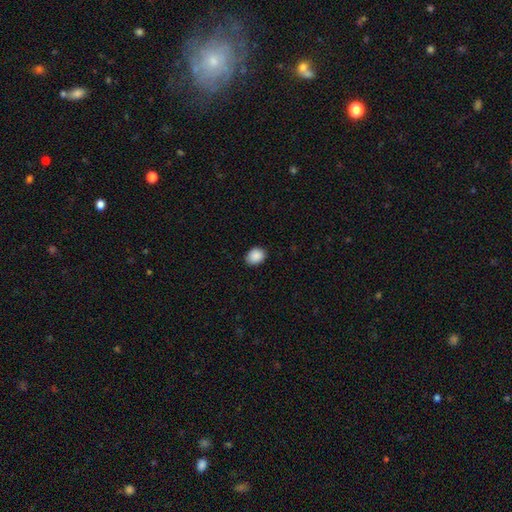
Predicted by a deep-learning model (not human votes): This is clearly a smooth galaxy (89%). How rounded: possibly in between (54%). Merging: clearly none (87%).